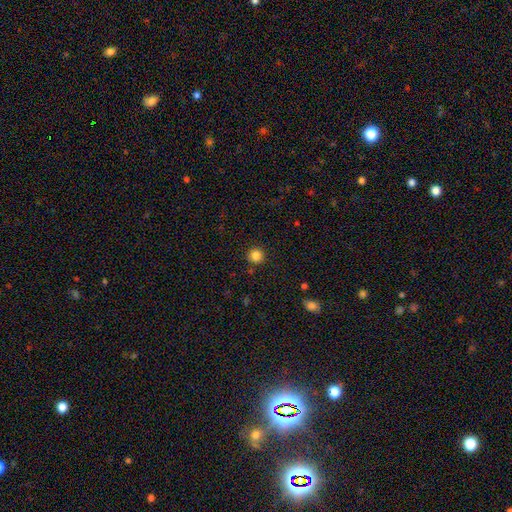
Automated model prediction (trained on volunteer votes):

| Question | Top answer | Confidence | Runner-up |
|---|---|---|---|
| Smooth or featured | smooth | 84% | star or artifact (12%) |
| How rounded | round | 95% | in between (4%) |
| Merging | none | 91% | minor disturbance (6%) |